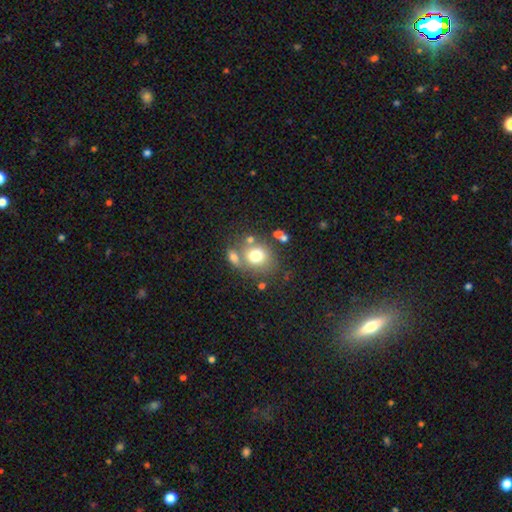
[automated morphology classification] type=smooth (72%); roundness=round (69%); merging=none (56%).